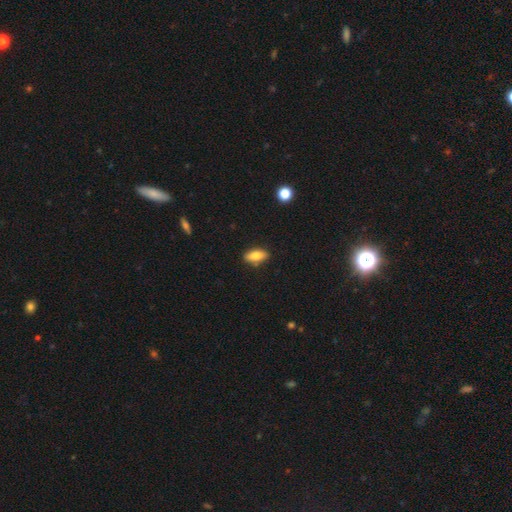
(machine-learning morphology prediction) Smooth or featured? Predicted: smooth (p=0.79). How rounded? Predicted: in between (p=0.81). Merging? Predicted: none (p=0.85).